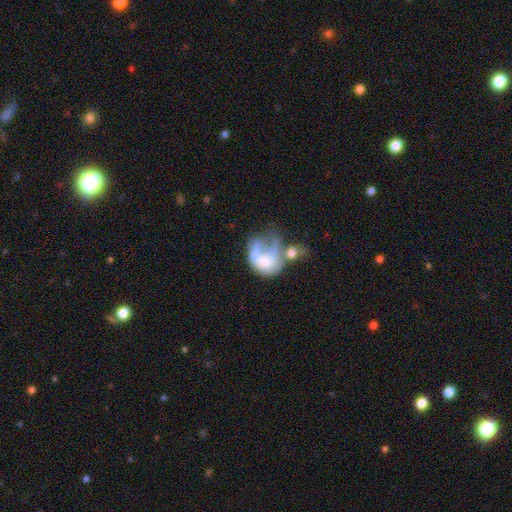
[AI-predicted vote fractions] featured or disk 48%, smooth 42%, star or artifact 10%. Down the decision tree: merging — merger (50%).